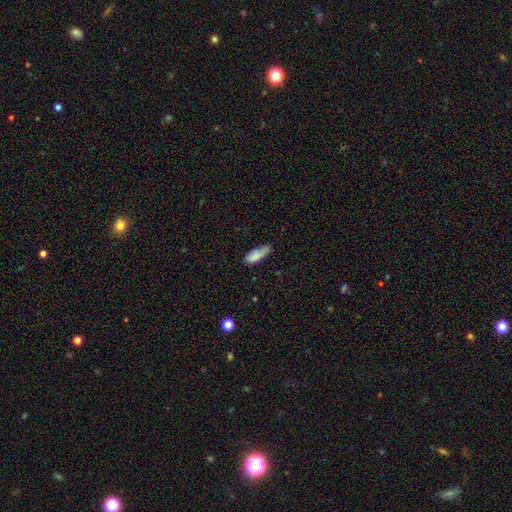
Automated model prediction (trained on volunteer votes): smooth 79%, featured or disk 13%, star or artifact 8%. Down the decision tree: how rounded — in between (64%); merging — none (51%).